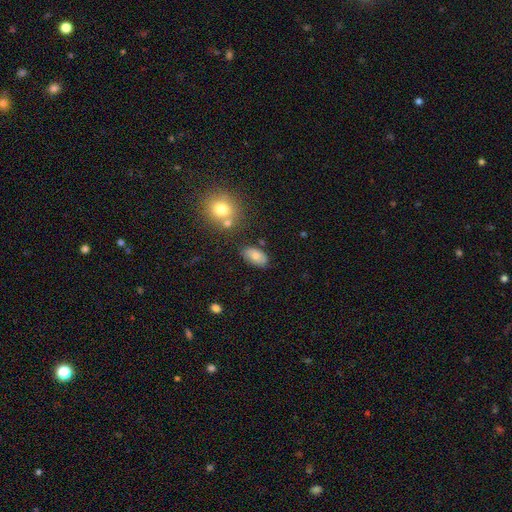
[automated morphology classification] type=smooth (76%); roundness=in between (92%); merging=none (76%).